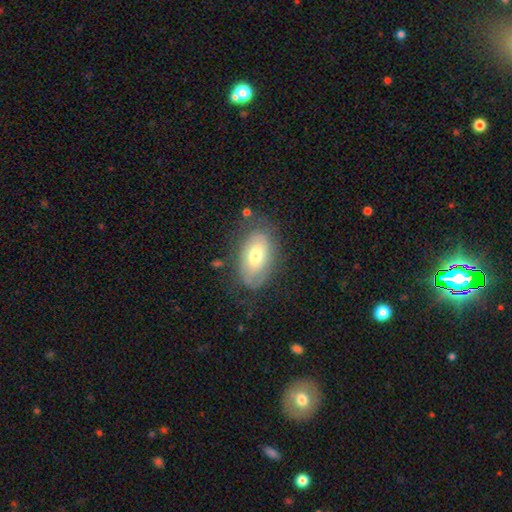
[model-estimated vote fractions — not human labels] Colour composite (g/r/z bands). It shows a smooth galaxy with no disk features (49%). Merging: none (68%).